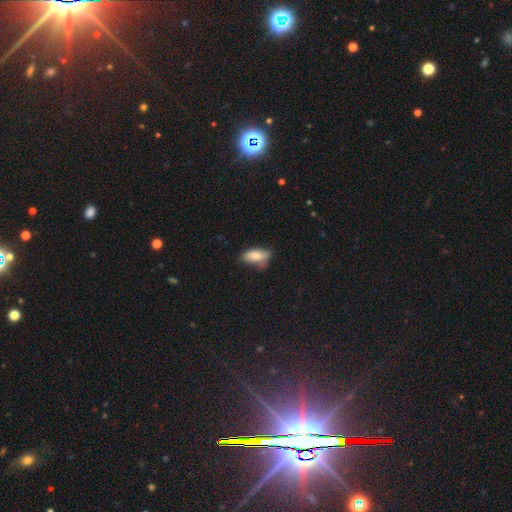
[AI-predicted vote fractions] A smooth galaxy with no disk features (77%) that is in between round and cigar-shaped (83%). Merging: none (54%).